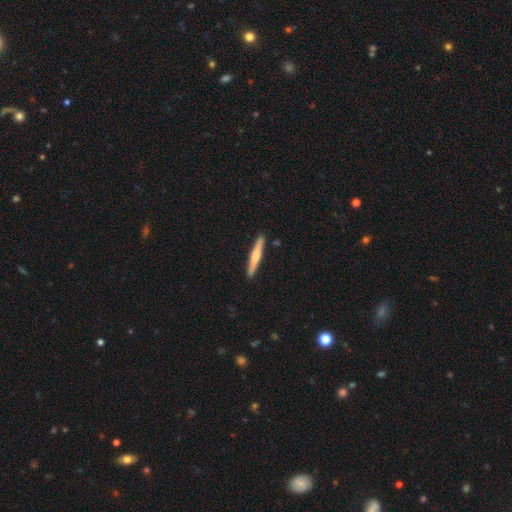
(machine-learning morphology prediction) A smooth galaxy with no disk features (51%) that is cigar-shaped (95%).

Vote fractions:
- Smooth or featured? smooth: 51% / featured or disk: 44% / star or artifact: 5%
- How rounded? cigar-shaped: 95% / in between: 4% / round: 1%
- Merging? none: 90% / minor disturbance: 7% / major disturbance: 1% / merger: 1%